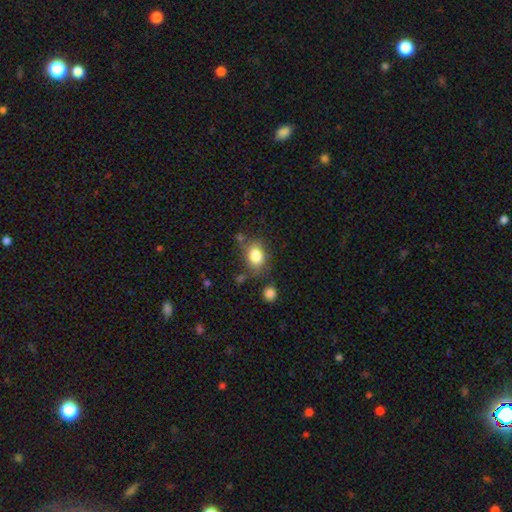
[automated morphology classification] Smooth or featured? smooth (82%)
How rounded? in between (65%)
Merging? none (69%)